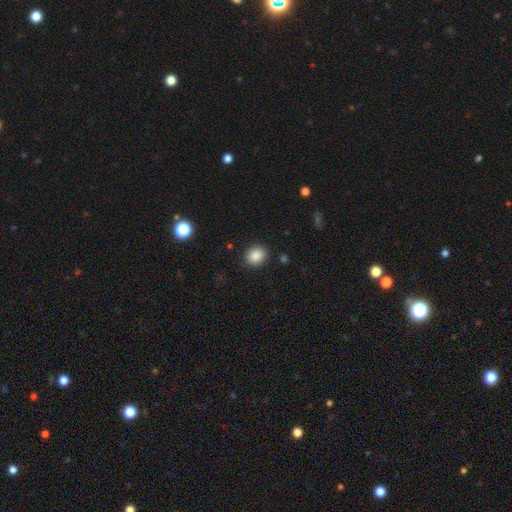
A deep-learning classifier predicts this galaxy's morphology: smooth-or-featured: smooth: 87% | star or artifact: 9% | featured or disk: 4%
  how-rounded: round: 69% | in between: 30% | cigar-shaped: 1%
  merging: none: 89% | minor disturbance: 7% | major disturbance: 2% | merger: 1%